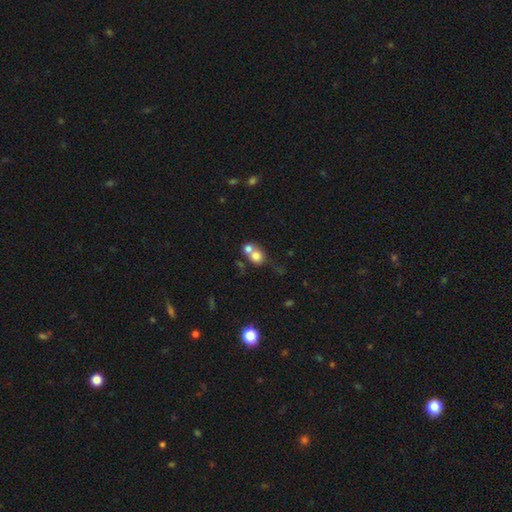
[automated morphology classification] type=smooth (74%); roundness=round (77%); merging=merger (59%).